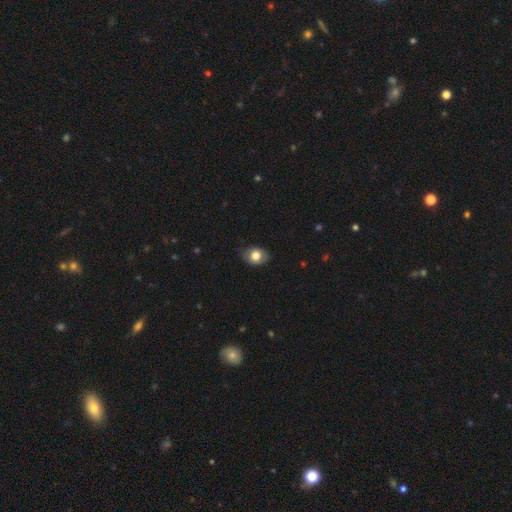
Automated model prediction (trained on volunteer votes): Overall: smooth (76%). How rounded: in between (68%; round 31%). Merging: none (77%).